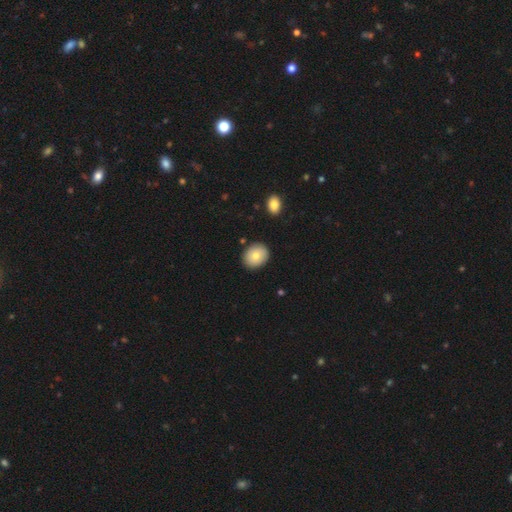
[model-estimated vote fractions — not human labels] Smooth or featured?
  - smooth: 77% *
  - featured or disk: 15%
  - star or artifact: 8%
How rounded?
  - round: 54% *
  - in between: 45%
  - cigar-shaped: 1%
Merging?
  - none: 87% *
  - minor disturbance: 9%
  - major disturbance: 2%
  - merger: 2%